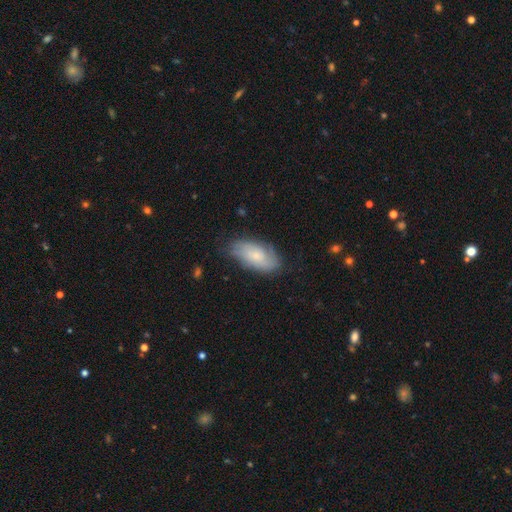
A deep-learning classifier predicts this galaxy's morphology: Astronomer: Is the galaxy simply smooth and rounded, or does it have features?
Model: smooth — 52% (runner-up: featured or disk, 41%).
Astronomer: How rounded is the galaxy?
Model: in between — 92%.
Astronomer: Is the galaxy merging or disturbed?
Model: none — 69%.